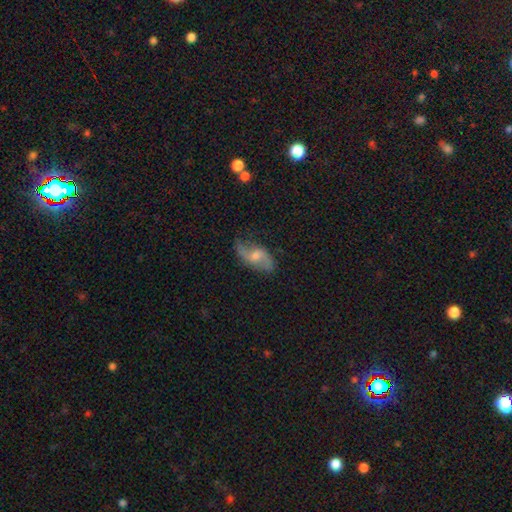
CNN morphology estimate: Smooth or featured?
  - featured or disk: 78% *
  - smooth: 14%
  - star or artifact: 7%
Edge-on disk?
  - no: 95% *
  - yes: 5%
Bar?
  - weak: 45% * (tied)
  - no: 45% * (tied)
  - strong: 10%
Spiral arms?
  - yes: 94% *
  - no: 6%
Spiral winding?
  - loose: 73% *
  - medium: 21%
  - tight: 6%
Spiral arm count?
  - 2: 91% *
  - can't tell: 4%
  - 1: 2%
  - 3: 1%
  - 4: 1%
  - more than 4: 1%
Bulge size?
  - moderate: 46% *
  - small: 38%
  - none: 10%
  - large: 5%
  - dominant: 1%
Merging?
  - none: 75% *
  - minor disturbance: 17%
  - major disturbance: 6%
  - merger: 2%